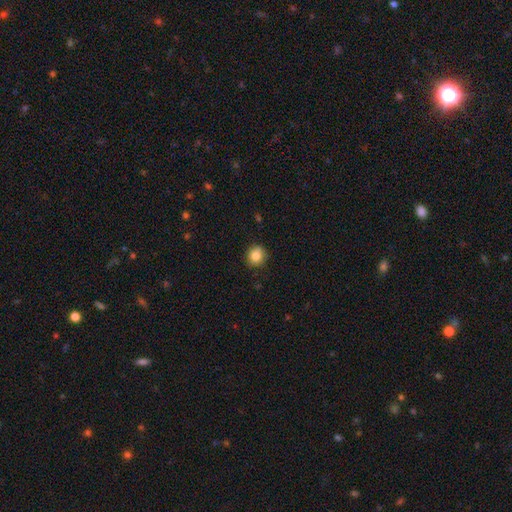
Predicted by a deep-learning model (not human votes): Overall: smooth (83%). How rounded: round (87%). Merging: none (82%).